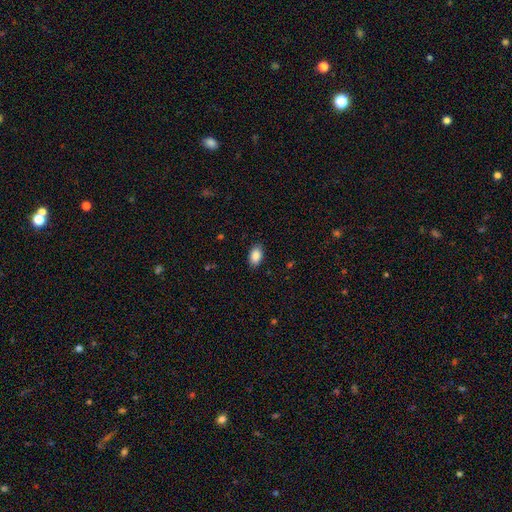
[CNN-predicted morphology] type=smooth (89%); roundness=in between (90%); merging=none (86%).